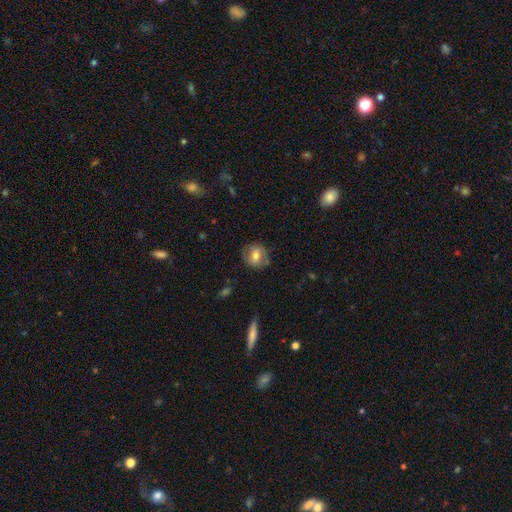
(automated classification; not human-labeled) A smooth galaxy with no disk features (66%) that is round (71%).

Vote fractions:
- Smooth or featured? smooth: 66% / featured or disk: 25% / star or artifact: 8%
- How rounded? round: 71% / in between: 28% / cigar-shaped: 1%
- Merging? none: 77% / minor disturbance: 16% / major disturbance: 5% / merger: 2%